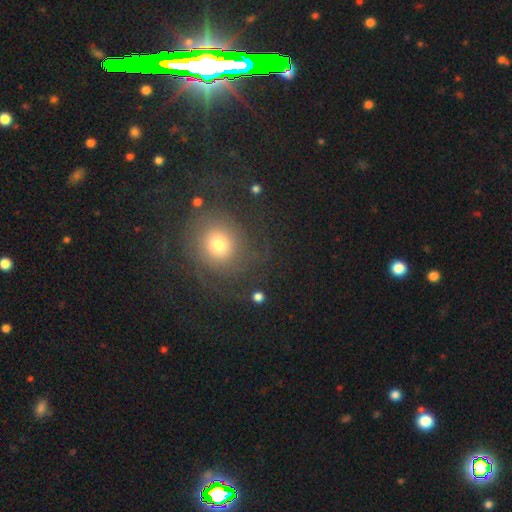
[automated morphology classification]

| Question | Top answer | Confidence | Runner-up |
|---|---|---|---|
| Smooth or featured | smooth | 48% | star or artifact (35%) |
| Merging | none | 85% | minor disturbance (8%) |